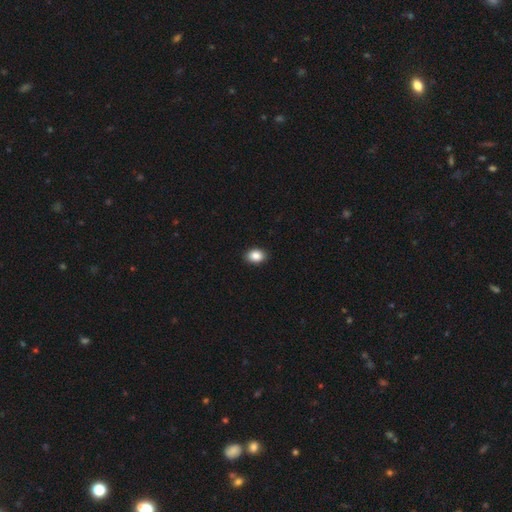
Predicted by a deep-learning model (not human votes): Q: Smooth or featured?
A: smooth (88%); runner-up: star or artifact (8%)
Q: How rounded?
A: in between (73%); runner-up: round (26%)
Q: Merging?
A: none (91%); runner-up: minor disturbance (7%)